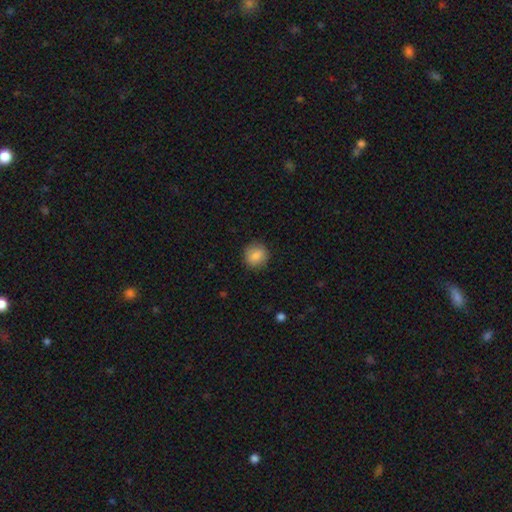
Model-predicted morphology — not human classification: Smooth or featured? smooth (85%)
How rounded? round (85%)
Merging? none (87%)